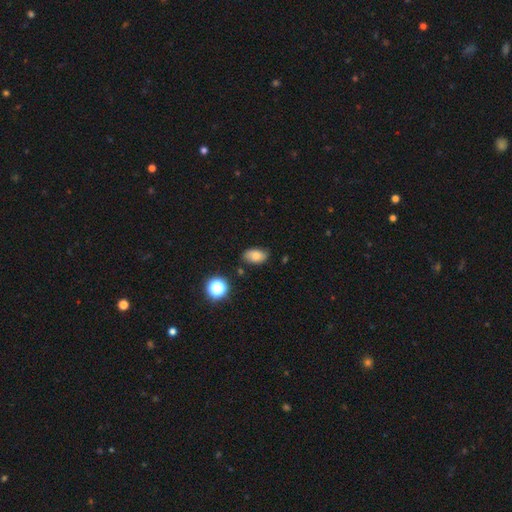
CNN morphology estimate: Overall: smooth (74%). How rounded: in between (89%). Merging: none (75%).